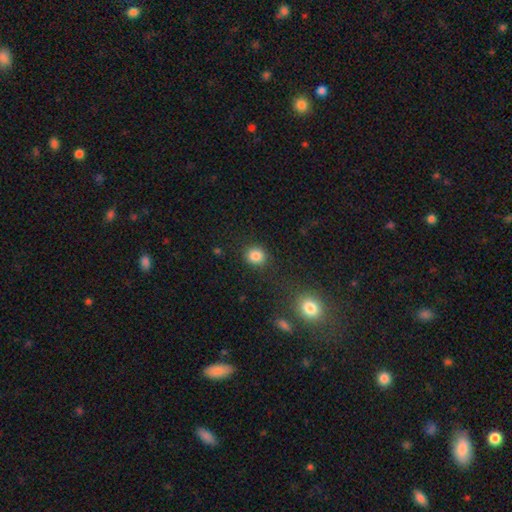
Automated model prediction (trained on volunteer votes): Smooth or featured? Predicted: smooth (p=0.85). How rounded? Predicted: round (p=0.80). Merging? Predicted: none (p=0.86).